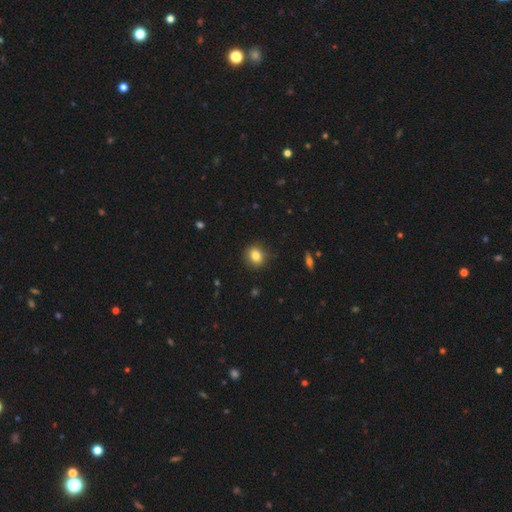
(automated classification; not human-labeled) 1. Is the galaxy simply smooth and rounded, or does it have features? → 82% smooth, 10% star or artifact, 8% featured or disk.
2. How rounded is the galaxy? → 74% round, 25% in between, 1% cigar-shaped.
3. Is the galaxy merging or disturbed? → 87% none, 10% minor disturbance, 2% major disturbance, 1% merger.